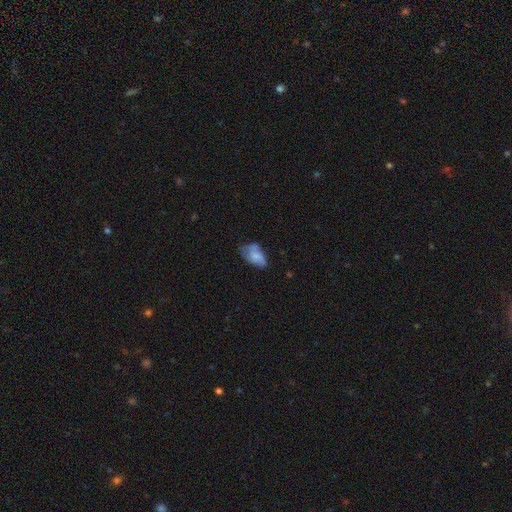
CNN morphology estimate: This is likely a smooth galaxy (61%). How rounded: clearly in between (90%). Merging: marginally none (39%).